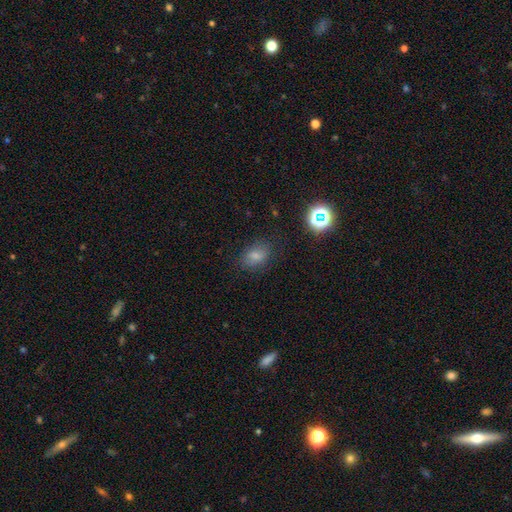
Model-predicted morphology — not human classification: This is likely a smooth galaxy (76%). How rounded: likely in between (78%). Merging: likely none (78%).